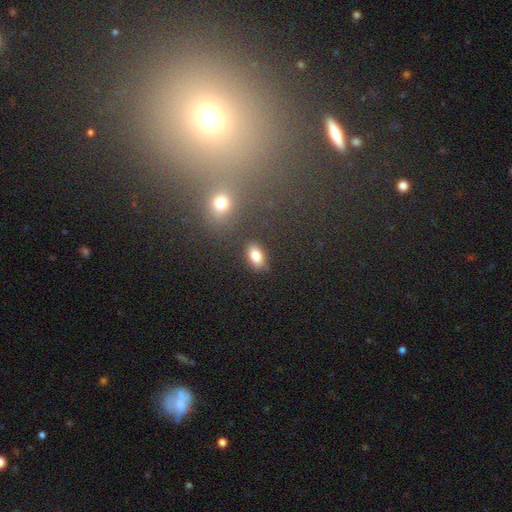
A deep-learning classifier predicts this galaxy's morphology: Smooth or featured: smooth — 83% (star or artifact — 10%)
How rounded: in between — 88% (round — 10%)
Merging: none — 83% (minor disturbance — 10%)